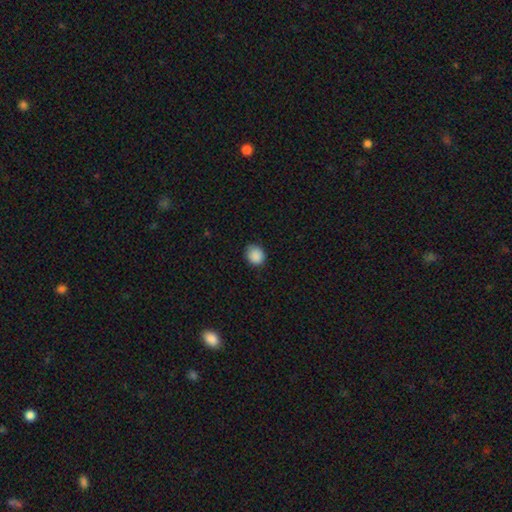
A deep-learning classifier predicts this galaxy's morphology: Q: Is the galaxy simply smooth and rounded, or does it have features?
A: smooth — 88%.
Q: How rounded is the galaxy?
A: round — 73%.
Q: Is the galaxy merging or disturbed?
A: none — 78%.